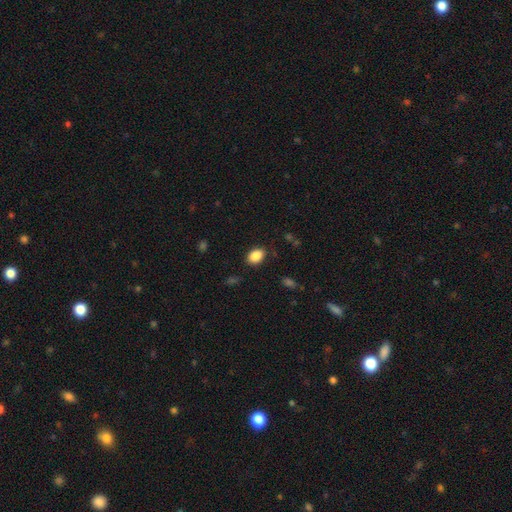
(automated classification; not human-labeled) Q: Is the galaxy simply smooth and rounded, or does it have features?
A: smooth — 88%.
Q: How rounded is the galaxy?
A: in between — 80%.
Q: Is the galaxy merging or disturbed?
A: none — 85%.